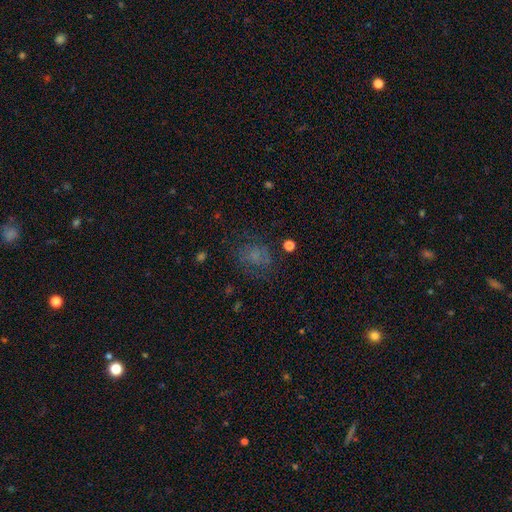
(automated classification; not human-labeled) Morphology: type=smooth (53%); roundness=round (55%); merging=none (58%).